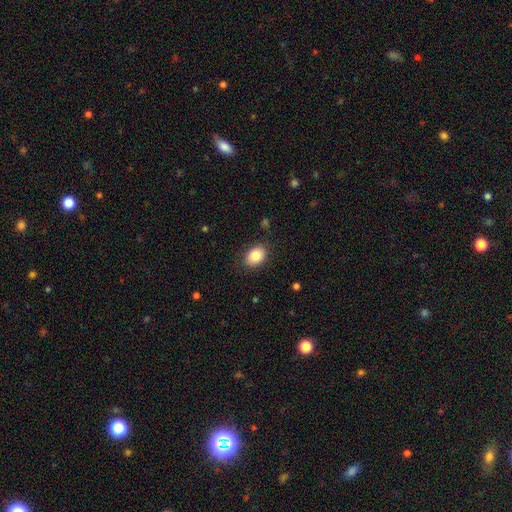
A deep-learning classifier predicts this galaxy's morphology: Overall: smooth (84%). How rounded: in between (72%). Merging: none (85%).